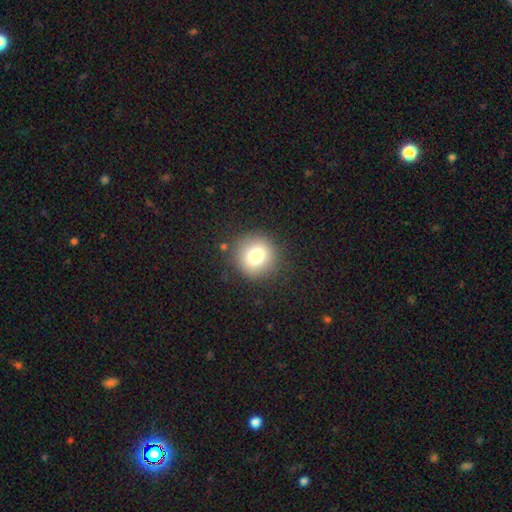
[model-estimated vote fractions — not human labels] smooth-or-featured: smooth: 78% | star or artifact: 12% | featured or disk: 9%
  how-rounded: round: 93% | in between: 6% | cigar-shaped: 1%
  merging: none: 88% | minor disturbance: 7% | major disturbance: 3% | merger: 2%